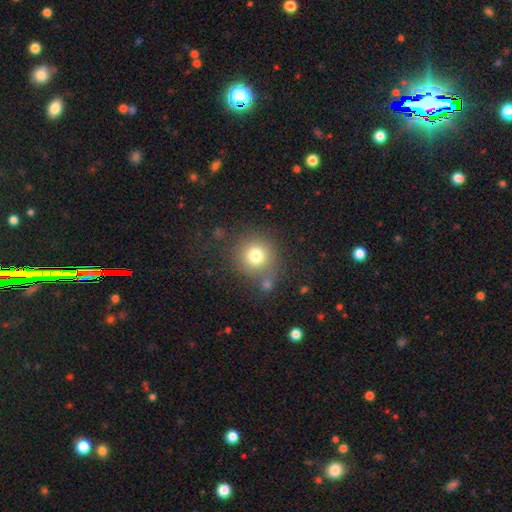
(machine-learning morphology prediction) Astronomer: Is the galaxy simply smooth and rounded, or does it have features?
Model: smooth — 77%.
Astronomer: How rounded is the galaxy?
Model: round — 92%.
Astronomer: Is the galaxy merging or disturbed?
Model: none — 69%.